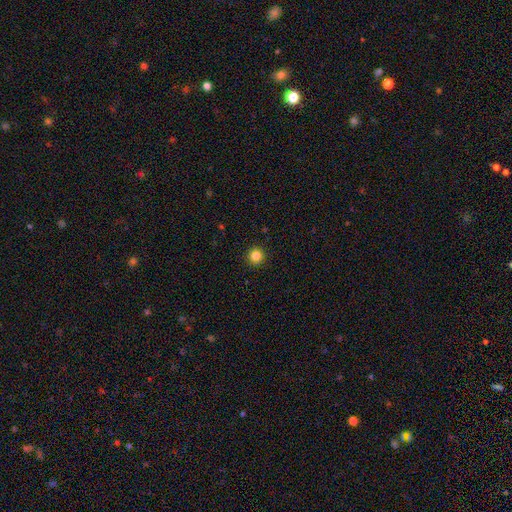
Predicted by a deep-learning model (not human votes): smooth-or-featured: smooth: 83% | star or artifact: 12% | featured or disk: 4%
  how-rounded: round: 96% | in between: 3% | cigar-shaped: 1%
  merging: none: 93% | minor disturbance: 4% | major disturbance: 2% | merger: 1%